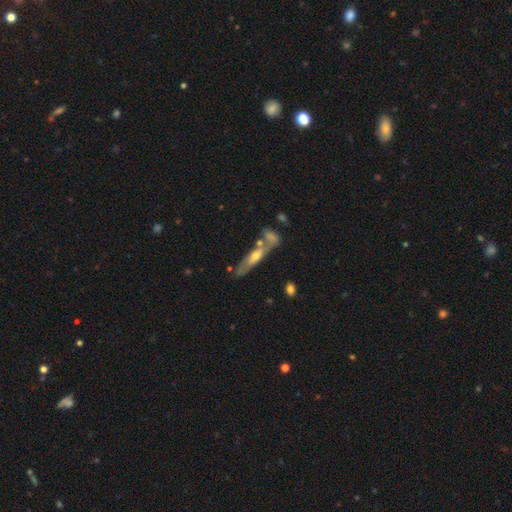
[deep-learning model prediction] A featured or disk galaxy (57%) viewed edge-on (71%). Merging: none (60%).